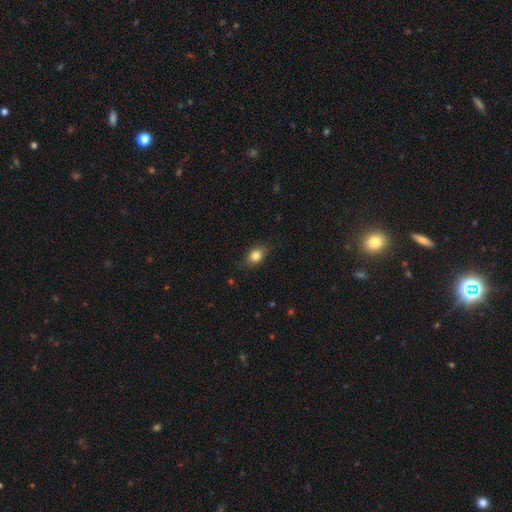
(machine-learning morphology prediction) Smooth or featured?
  - smooth: 80% *
  - featured or disk: 11%
  - star or artifact: 9%
How rounded?
  - in between: 65% *
  - round: 32%
  - cigar-shaped: 3%
Merging?
  - none: 76% *
  - minor disturbance: 19%
  - major disturbance: 4%
  - merger: 1%